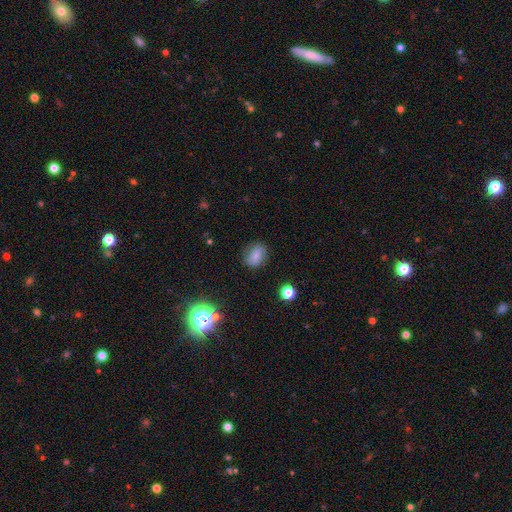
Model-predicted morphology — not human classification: Smooth or featured? Predicted: smooth (p=0.75). How rounded? Predicted: in between (p=0.54). Merging? Predicted: none (p=0.81).